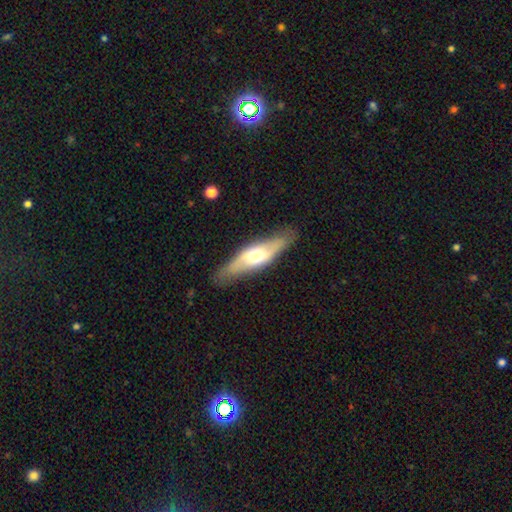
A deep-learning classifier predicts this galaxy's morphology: type=featured or disk (54%); edge-on=yes (60%); merging=none (82%).